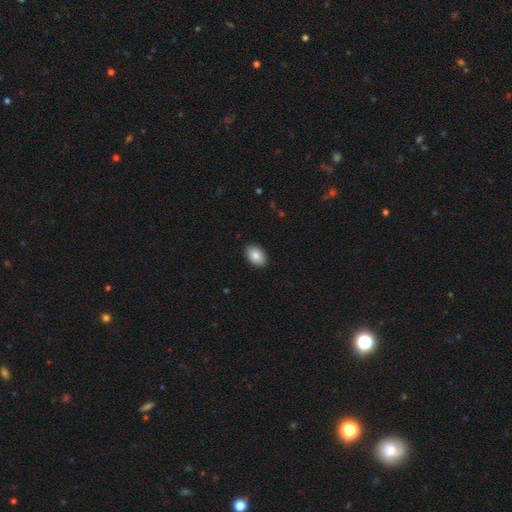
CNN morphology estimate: smooth 86%, star or artifact 7%, featured or disk 7%. Down the decision tree: how rounded — in between (88%); merging — none (90%).